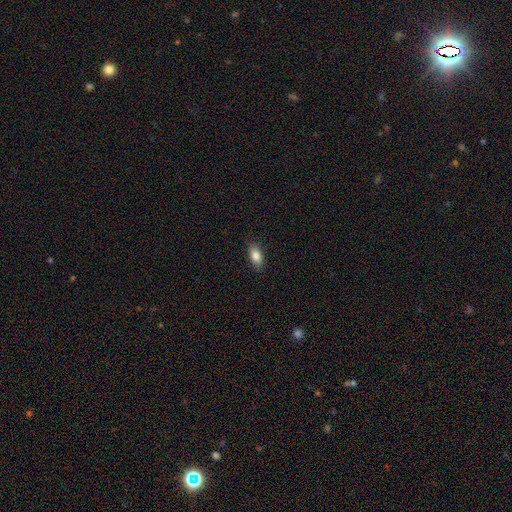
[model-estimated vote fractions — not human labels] Smooth or featured?
  - smooth: 84% *
  - featured or disk: 9%
  - star or artifact: 7%
How rounded?
  - in between: 88% *
  - cigar-shaped: 8%
  - round: 4%
Merging?
  - none: 87% *
  - minor disturbance: 10%
  - major disturbance: 2%
  - merger: 1%